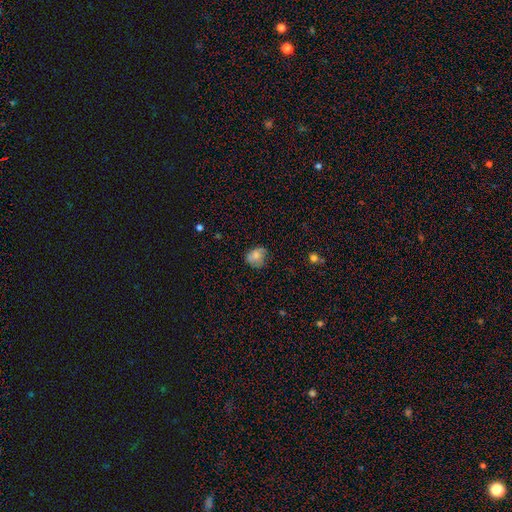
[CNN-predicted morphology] A smooth galaxy with no disk features (71%) that is round (64%).

Vote fractions:
- Smooth or featured? smooth: 71% / featured or disk: 19% / star or artifact: 10%
- How rounded? round: 64% / in between: 35% / cigar-shaped: 1%
- Merging? none: 57% / minor disturbance: 29% / major disturbance: 12% / merger: 2%